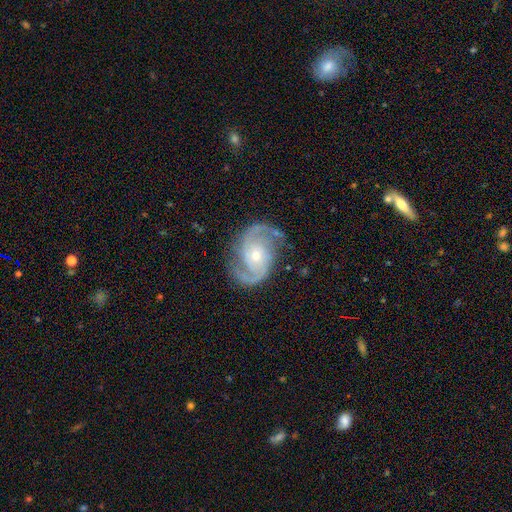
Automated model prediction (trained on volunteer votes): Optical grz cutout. It shows a featured or disk galaxy (92%) with no bar (68%), 2 (92%) medium (56%) spiral arms (98%) and a small central bulge (52%). Merging: none (80%).